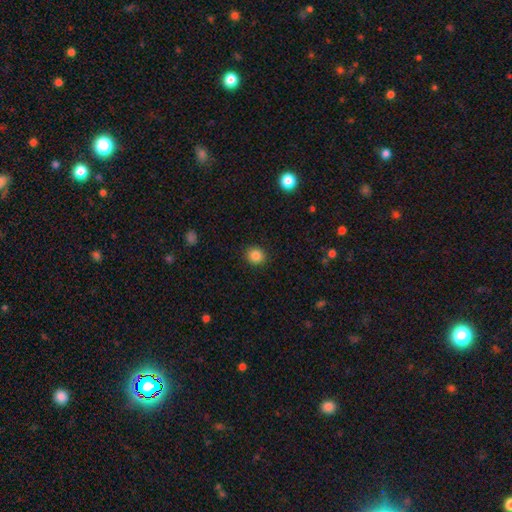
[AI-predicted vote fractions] Smooth or featured: smooth — 85% (star or artifact — 10%)
How rounded: round — 85% (in between — 14%)
Merging: none — 91% (minor disturbance — 6%)